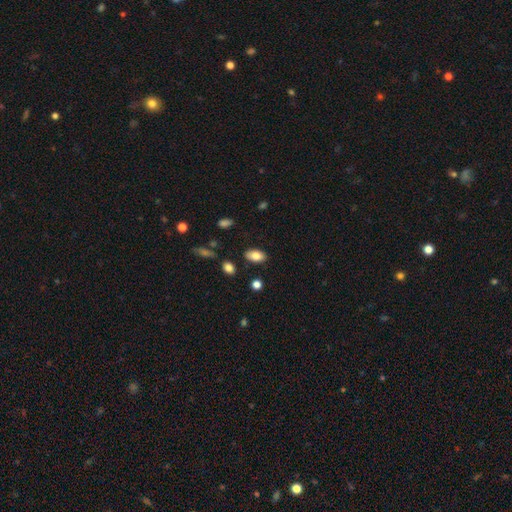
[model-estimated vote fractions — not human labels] This is clearly a smooth galaxy (81%). How rounded: clearly in between (93%). Merging: clearly none (84%).